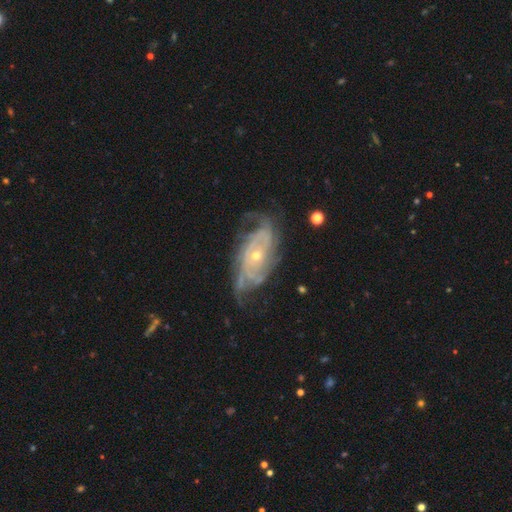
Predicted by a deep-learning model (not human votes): Smooth or featured: featured or disk — 89% (star or artifact — 6%)
Edge-on disk: no — 95% (yes — 5%)
Bar: no — 72% (weak — 21%)
Spiral arms: yes — 96% (no — 4%)
Spiral winding: tight — 57% (medium — 33%)
Spiral arm count: can't tell — 27% (3 — 21%)
Bulge size: small — 63% (moderate — 34%)
Merging: none — 63% (minor disturbance — 22%)